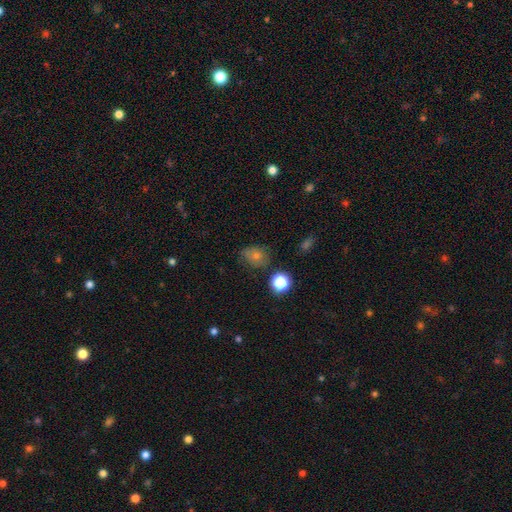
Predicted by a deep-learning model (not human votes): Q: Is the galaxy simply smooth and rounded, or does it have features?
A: smooth — 62%.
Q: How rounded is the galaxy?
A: round — 57%.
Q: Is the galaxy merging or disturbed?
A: none — 72%.